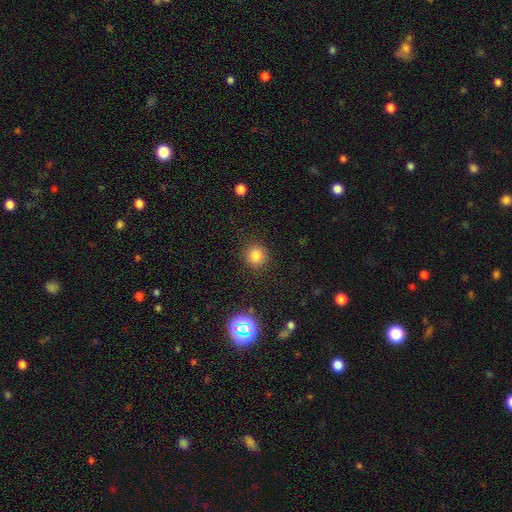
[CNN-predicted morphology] smooth_or_featured: smooth (p=0.80) [alt: star or artifact p=0.15]
how_rounded: round (p=0.92) [alt: in between p=0.07]
merging: none (p=0.89) [alt: minor disturbance p=0.07]